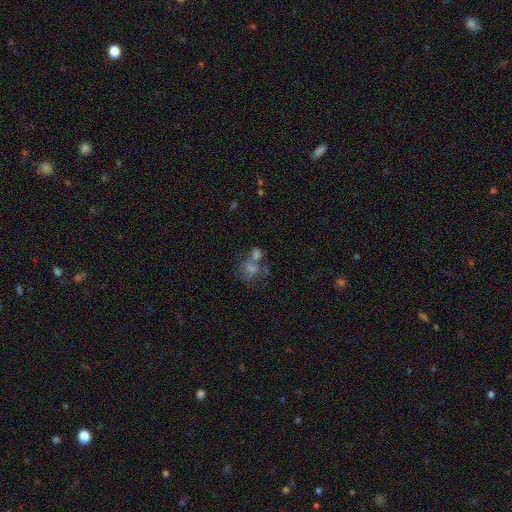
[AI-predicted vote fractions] This is possibly a smooth galaxy (48%). Merging: marginally merger (43%).